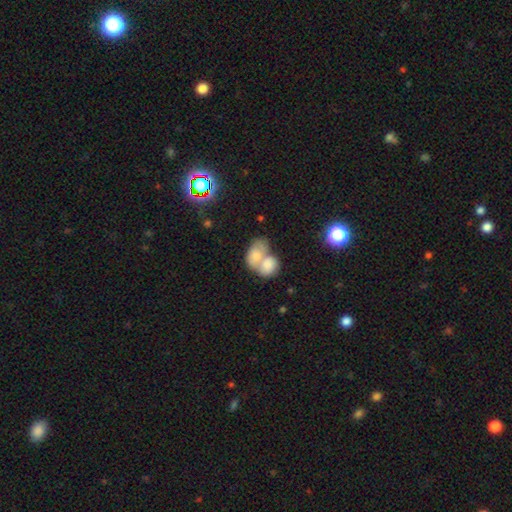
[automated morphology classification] Smooth or featured? smooth (72%)
How rounded? in between (71%)
Merging? merger (77%)